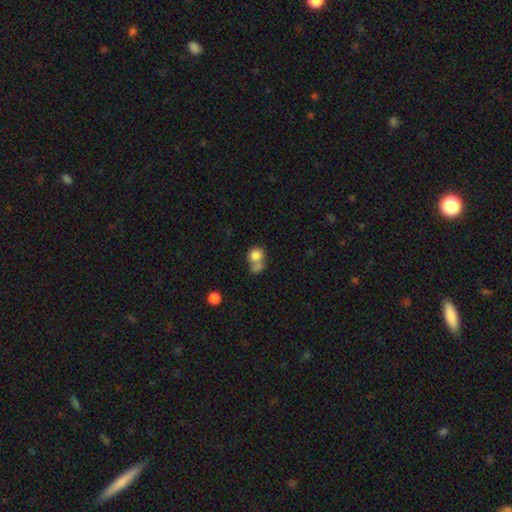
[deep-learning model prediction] smooth-or-featured: smooth: 80% | featured or disk: 10% | star or artifact: 10%
  how-rounded: round: 75% | in between: 24% | cigar-shaped: 1%
  merging: merger: 49% | none: 35% | minor disturbance: 10% | major disturbance: 6%